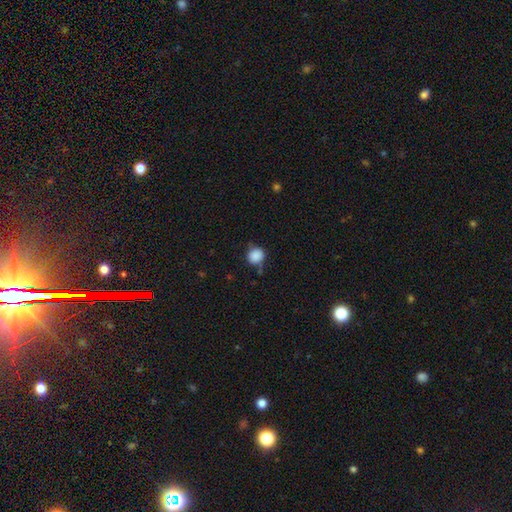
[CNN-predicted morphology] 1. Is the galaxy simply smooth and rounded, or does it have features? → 87% smooth, 9% star or artifact, 3% featured or disk.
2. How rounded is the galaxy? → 85% round, 14% in between, 1% cigar-shaped.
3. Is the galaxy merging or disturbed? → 70% none, 19% minor disturbance, 5% major disturbance, 5% merger.